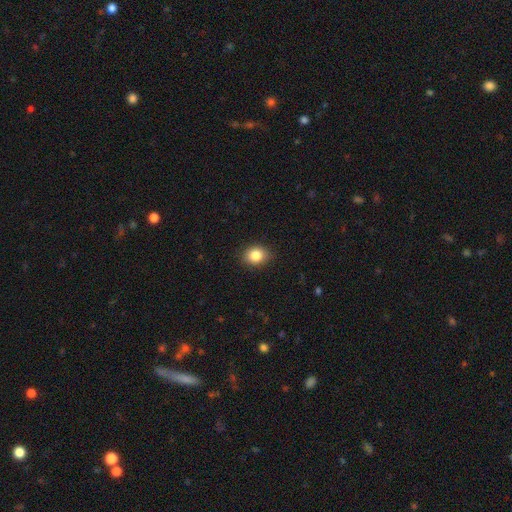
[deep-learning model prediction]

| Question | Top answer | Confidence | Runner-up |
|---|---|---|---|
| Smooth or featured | smooth | 85% | star or artifact (10%) |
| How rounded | round | 52% | in between (47%) |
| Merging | none | 88% | minor disturbance (9%) |